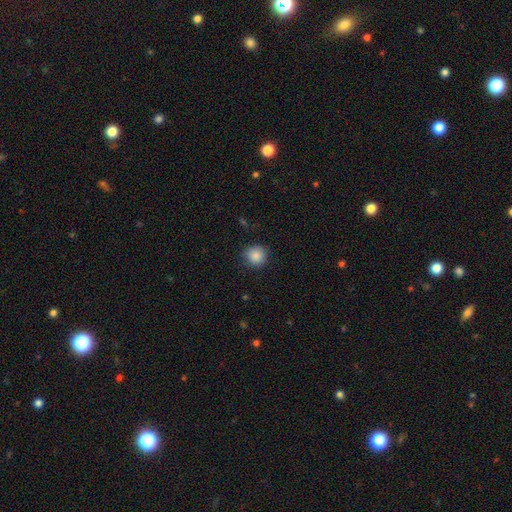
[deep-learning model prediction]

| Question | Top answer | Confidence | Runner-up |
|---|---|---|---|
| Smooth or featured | smooth | 87% | star or artifact (9%) |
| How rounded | round | 90% | in between (9%) |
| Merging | none | 85% | minor disturbance (11%) |